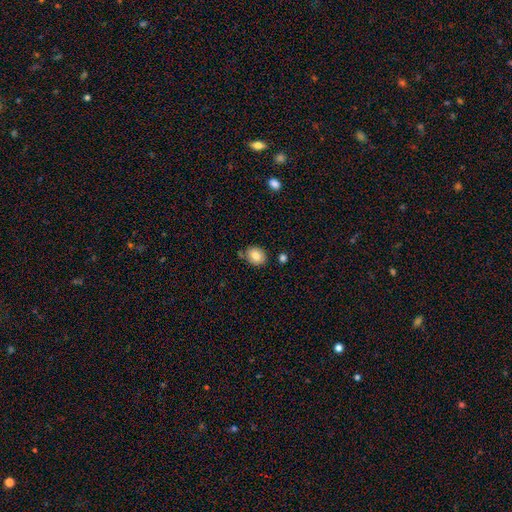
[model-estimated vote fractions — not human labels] This is clearly a smooth galaxy (81%). How rounded: possibly round (51%). Merging: likely none (75%).